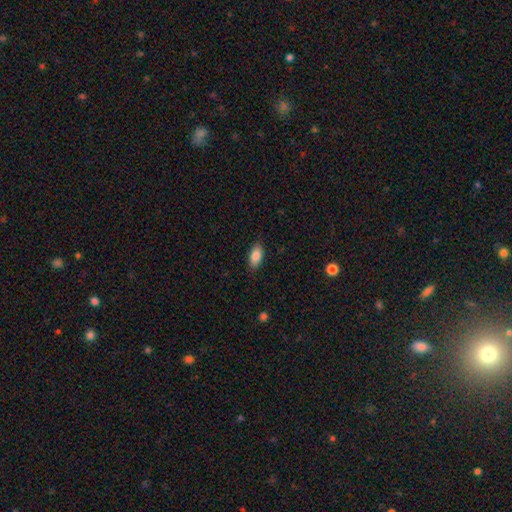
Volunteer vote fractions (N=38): Smooth or featured? 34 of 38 (89%) said smooth. How rounded? 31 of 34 (91%) said in between. Merging? 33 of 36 (92%) said none.